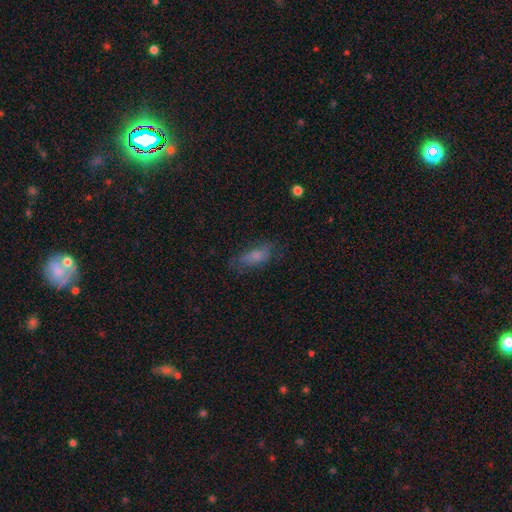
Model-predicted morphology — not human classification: smooth 67%, featured or disk 22%, star or artifact 11%. Down the decision tree: how rounded — in between (71%); merging — none (62%).